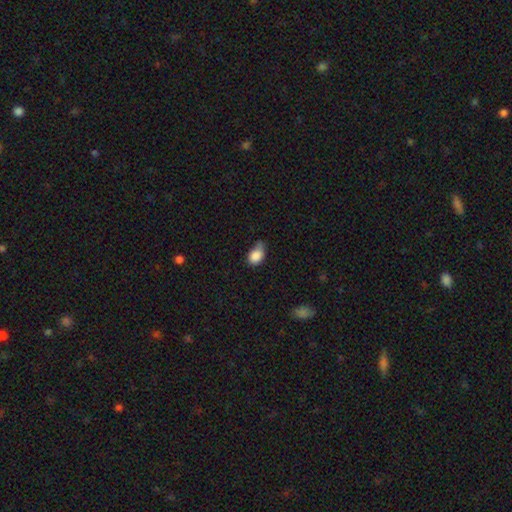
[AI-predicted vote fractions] Morphology: type=smooth (86%); roundness=in between (72%); merging=minor disturbance (44%).